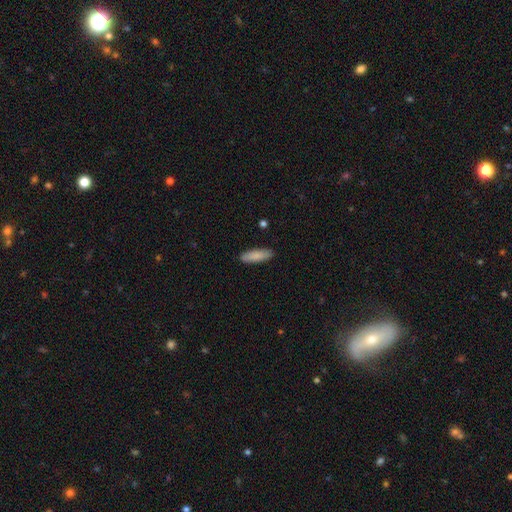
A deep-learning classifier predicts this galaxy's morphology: This appears to be a smooth galaxy with no disk features (86%) that is cigar-shaped (54%). Merging: none (88%).